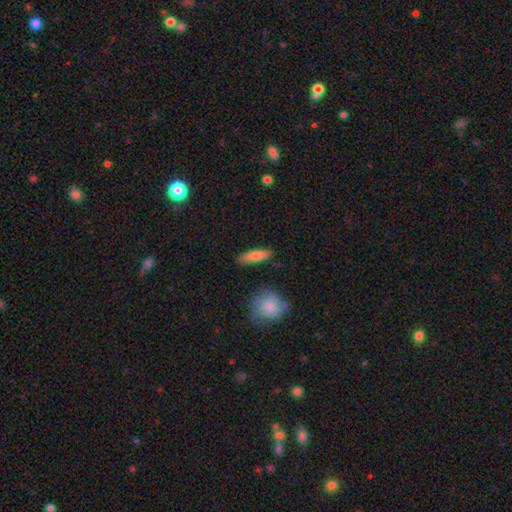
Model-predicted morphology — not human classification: smooth_or_featured: smooth (p=0.77) [alt: featured or disk p=0.17]
how_rounded: cigar-shaped (p=0.53) [alt: in between p=0.44]
merging: none (p=0.85) [alt: minor disturbance p=0.10]